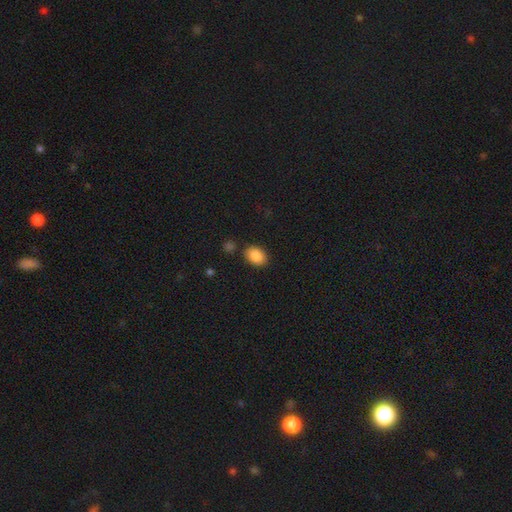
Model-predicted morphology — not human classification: smooth 87%, star or artifact 8%, featured or disk 5%. Down the decision tree: how rounded — in between (77%); merging — none (80%).